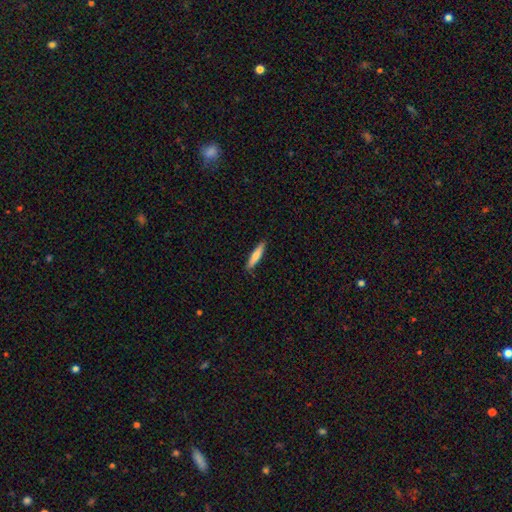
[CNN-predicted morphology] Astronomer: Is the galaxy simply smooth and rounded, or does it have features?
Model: smooth — 73%.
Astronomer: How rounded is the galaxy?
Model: cigar-shaped — 86%.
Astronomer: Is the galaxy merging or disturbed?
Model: none — 89%.